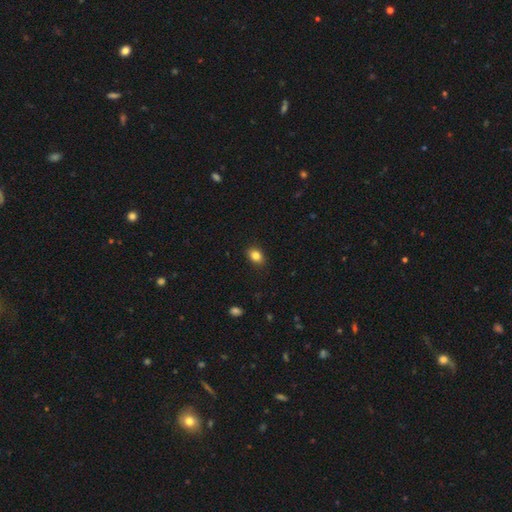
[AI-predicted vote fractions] Morphology: type=smooth (84%); roundness=in between (72%); merging=none (88%).